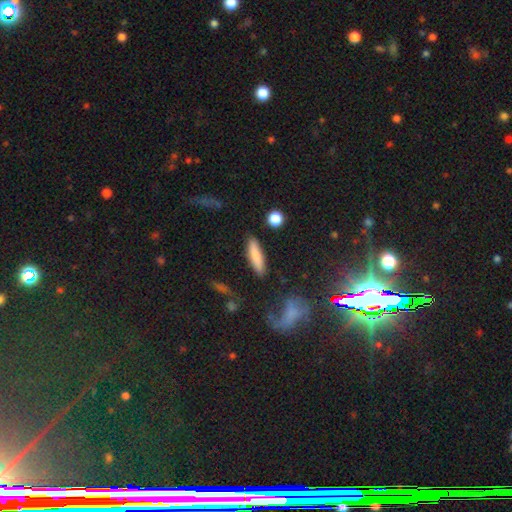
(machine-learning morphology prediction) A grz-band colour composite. It shows a smooth galaxy with no disk features (81%) that is cigar-shaped (77%). Merging: none (86%).